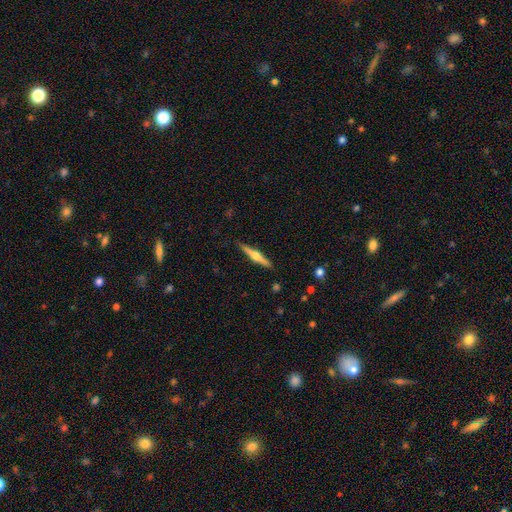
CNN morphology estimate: This is likely a featured or disk galaxy (66%). It is clearly viewed edge-on (98%). Edge-on bulge: clearly rounded (90%). Merging: clearly none (88%).